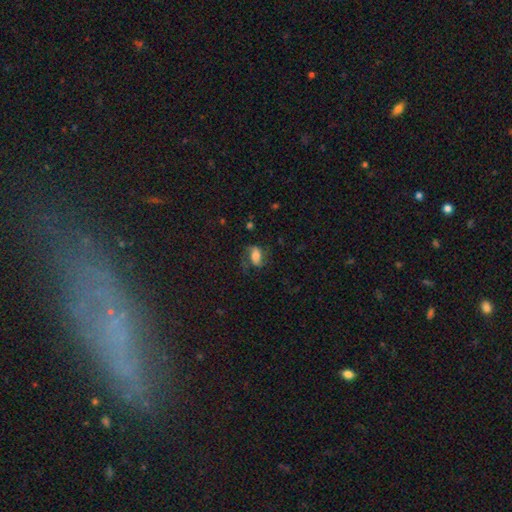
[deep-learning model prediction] Smooth or featured? featured or disk (47%)
Merging? none (60%)